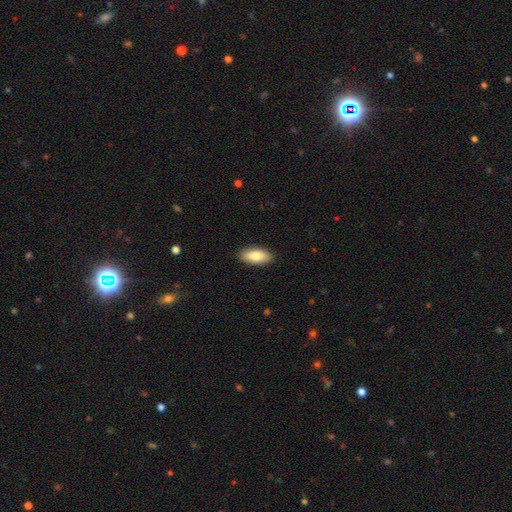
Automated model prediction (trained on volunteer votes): Smooth or featured? smooth (80%)
How rounded? in between (88%)
Merging? none (90%)